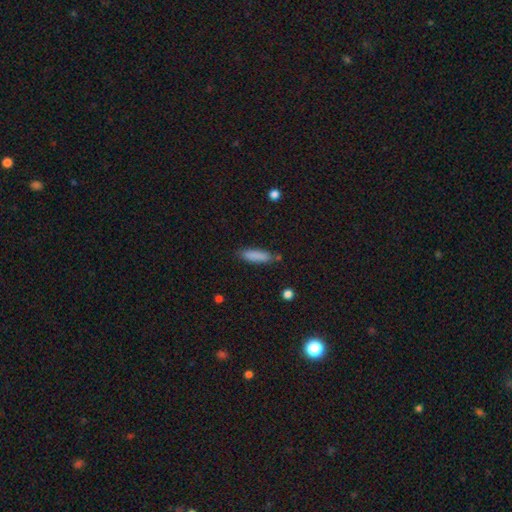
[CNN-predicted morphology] Smooth or featured: smooth — 86% (star or artifact — 7%)
How rounded: cigar-shaped — 60% (in between — 39%)
Merging: none — 78% (minor disturbance — 15%)